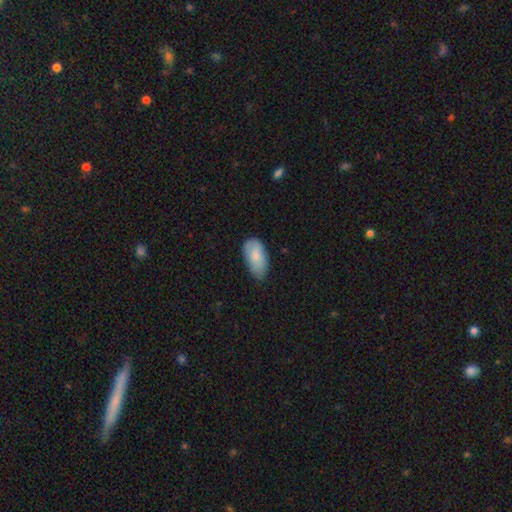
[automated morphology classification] Smooth or featured? smooth (81%)
How rounded? in between (95%)
Merging? none (61%)